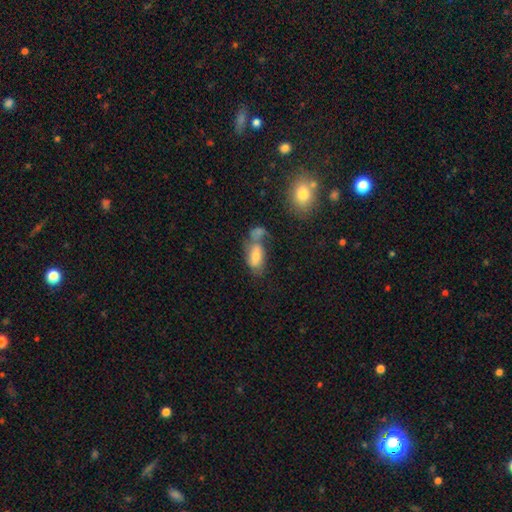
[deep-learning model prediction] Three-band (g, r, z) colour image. It shows a smooth galaxy with no disk features (65%) that is in between round and cigar-shaped (89%). Merging: merger (42%).